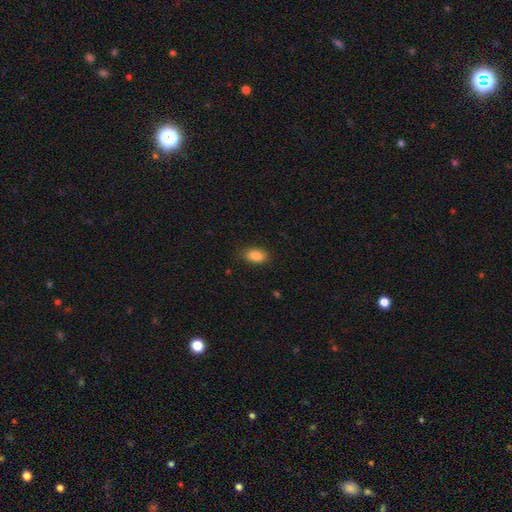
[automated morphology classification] Smooth or featured? smooth (86%)
How rounded? in between (89%)
Merging? none (84%)